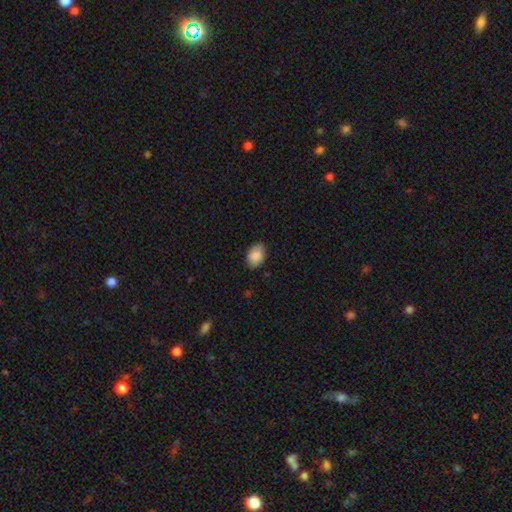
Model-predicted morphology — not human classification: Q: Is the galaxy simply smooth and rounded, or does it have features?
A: smooth — 86%.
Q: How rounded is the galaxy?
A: in between — 85%.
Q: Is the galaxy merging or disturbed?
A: none — 82%.